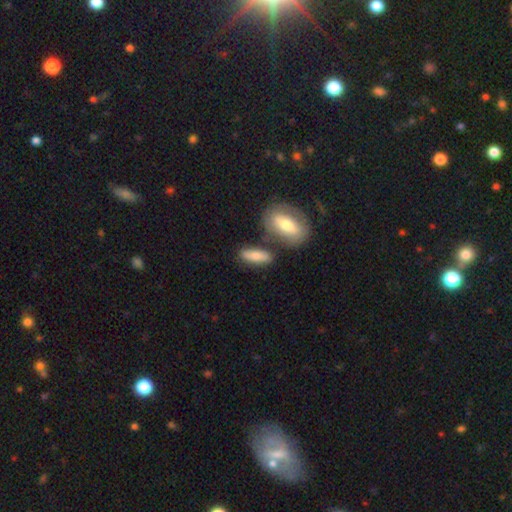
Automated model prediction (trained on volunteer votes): Smooth or featured? smooth (73%)
How rounded? in between (57%)
Merging? none (70%)